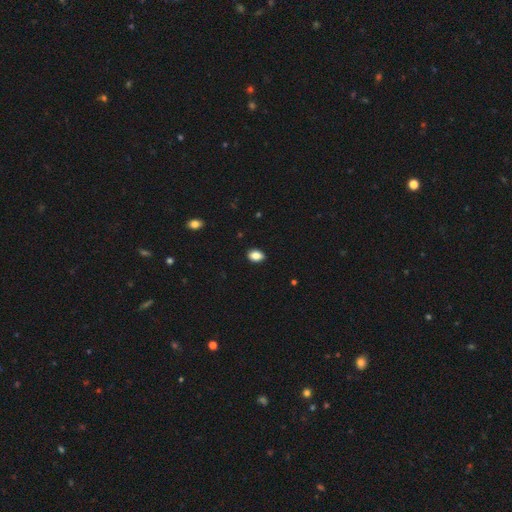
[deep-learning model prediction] This is clearly a smooth galaxy (87%). How rounded: clearly in between (81%). Merging: clearly none (89%).